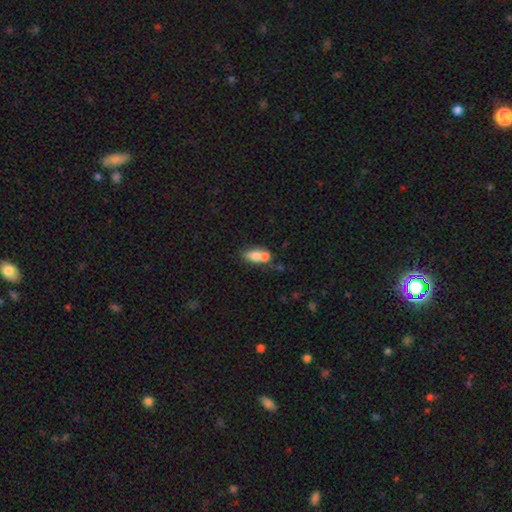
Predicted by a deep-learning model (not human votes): Morphology: type=smooth (68%); roundness=in between (67%); merging=merger (64%).